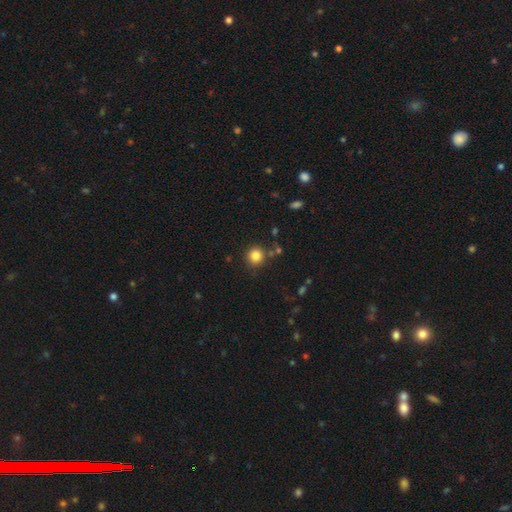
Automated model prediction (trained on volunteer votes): Smooth or featured? smooth (83%)
How rounded? round (92%)
Merging? none (84%)